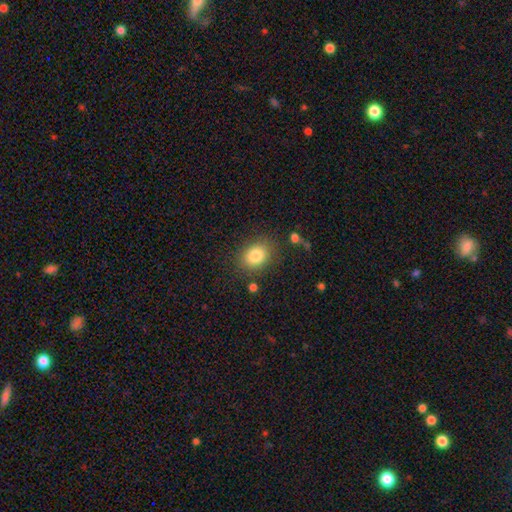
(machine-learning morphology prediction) A smooth galaxy with no disk features (83%) that is in between round and cigar-shaped (58%). Merging: none (81%).